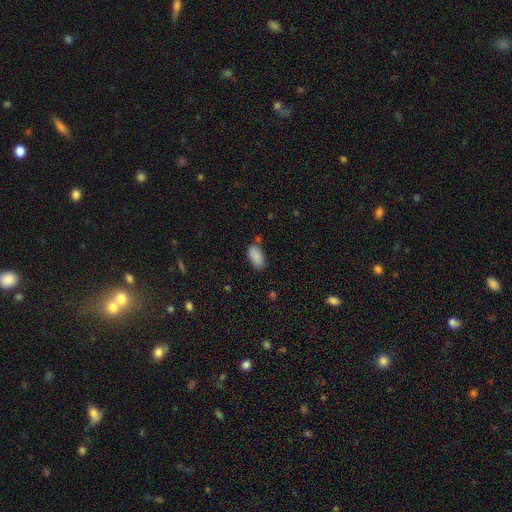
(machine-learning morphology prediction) Q: Smooth or featured?
A: smooth (88%); runner-up: star or artifact (8%)
Q: How rounded?
A: in between (93%); runner-up: cigar-shaped (4%)
Q: Merging?
A: none (74%); runner-up: minor disturbance (17%)